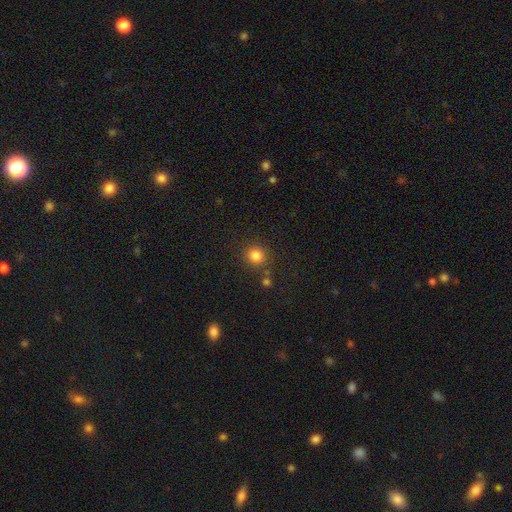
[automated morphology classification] Q: Smooth or featured?
A: smooth (82%); runner-up: star or artifact (13%)
Q: How rounded?
A: round (90%); runner-up: in between (9%)
Q: Merging?
A: none (83%); runner-up: minor disturbance (8%)